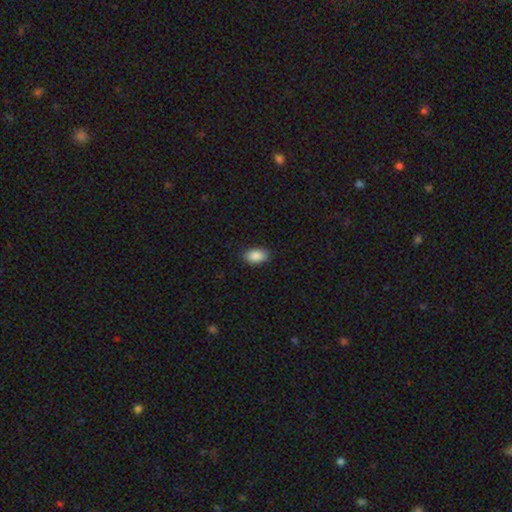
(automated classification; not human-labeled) Smooth or featured? Predicted: smooth (p=0.89). How rounded? Predicted: in between (p=0.92). Merging? Predicted: none (p=0.88).